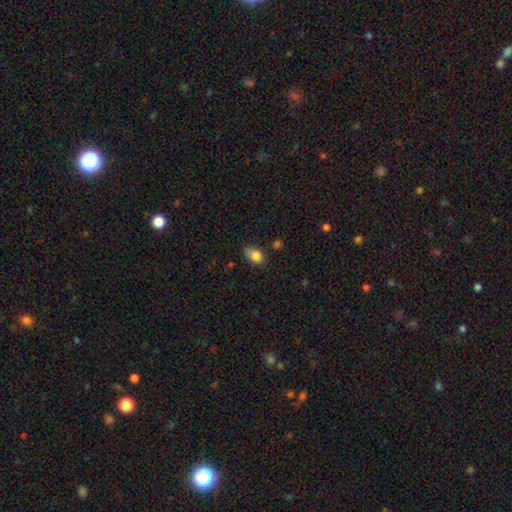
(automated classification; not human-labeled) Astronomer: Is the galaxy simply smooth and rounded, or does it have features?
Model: smooth — 84%.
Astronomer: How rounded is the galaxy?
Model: in between — 77%.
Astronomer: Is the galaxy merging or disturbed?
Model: none — 57% (runner-up: minor disturbance, 34%).